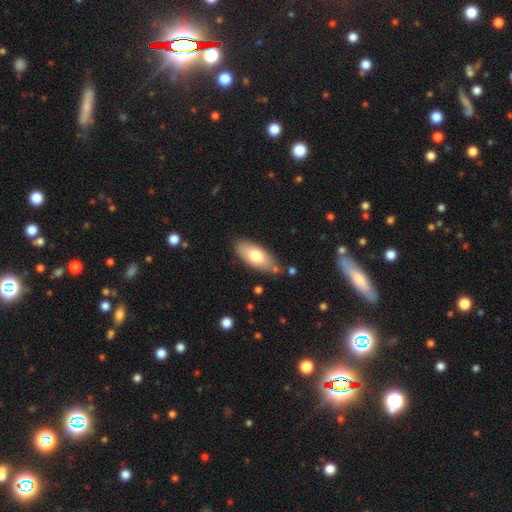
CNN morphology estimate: Smooth or featured?
  - smooth: 73% *
  - featured or disk: 21%
  - star or artifact: 6%
How rounded?
  - in between: 84% *
  - cigar-shaped: 13%
  - round: 2%
Merging?
  - none: 78% *
  - minor disturbance: 15%
  - merger: 4%
  - major disturbance: 3%